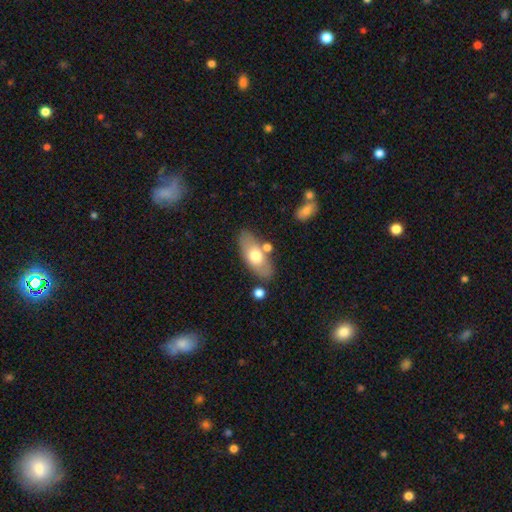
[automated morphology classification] Q: Smooth or featured?
A: smooth (61%); runner-up: featured or disk (33%)
Q: How rounded?
A: in between (86%); runner-up: cigar-shaped (10%)
Q: Merging?
A: none (74%); runner-up: minor disturbance (14%)